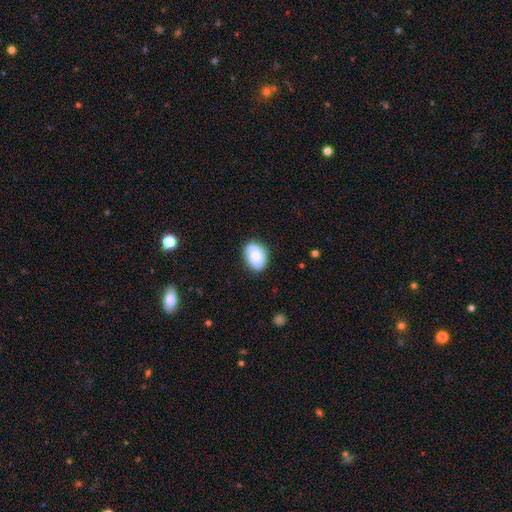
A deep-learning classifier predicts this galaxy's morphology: The model was most divided on "smooth or featured": smooth: 58%, featured or disk: 34%, star or artifact: 8%. More confident: merging — none (75%); how rounded — in between (69%).